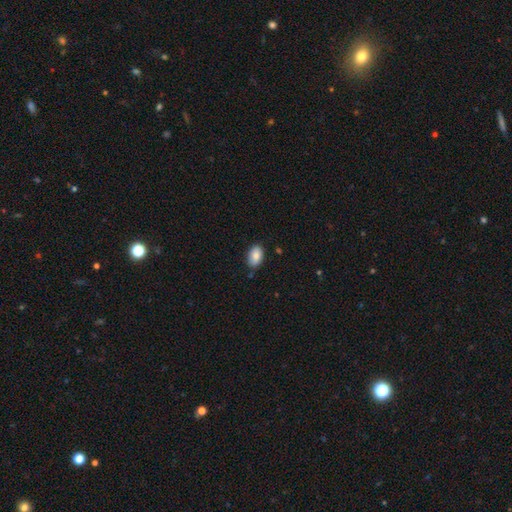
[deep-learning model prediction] Smooth or featured? smooth (85%)
How rounded? in between (91%)
Merging? none (82%)